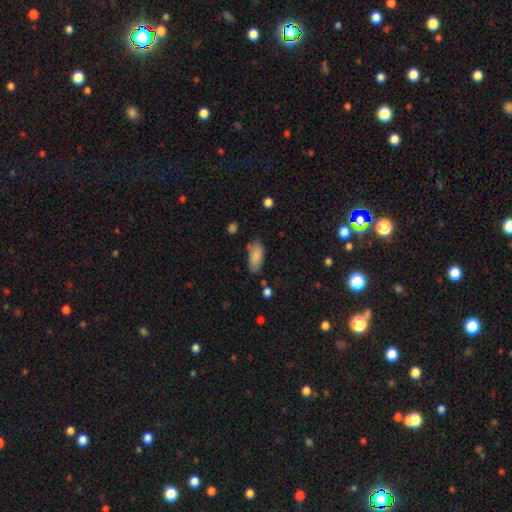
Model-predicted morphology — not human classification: Smooth or featured? smooth (86%)
How rounded? in between (87%)
Merging? none (68%)